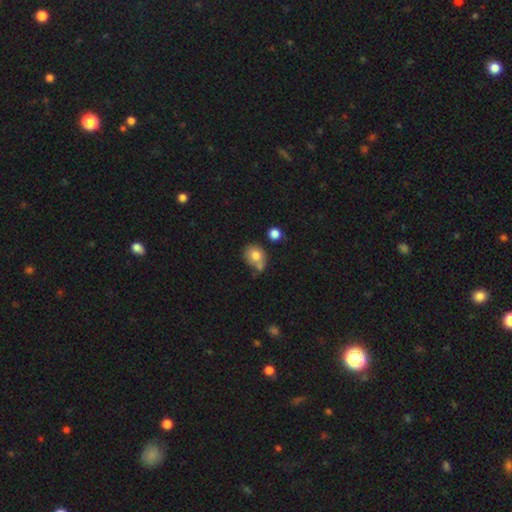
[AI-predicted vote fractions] Smooth or featured?
  - smooth: 77% *
  - featured or disk: 13%
  - star or artifact: 10%
How rounded?
  - round: 71% *
  - in between: 28%
  - cigar-shaped: 1%
Merging?
  - none: 45% *
  - merger: 31%
  - minor disturbance: 17%
  - major disturbance: 6%